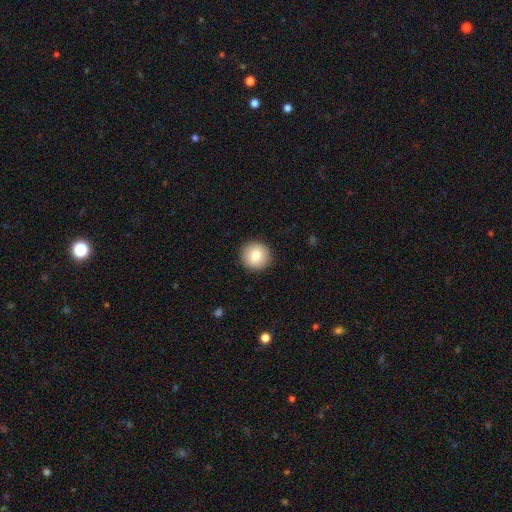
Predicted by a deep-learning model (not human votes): smooth-or-featured: smooth: 82% | featured or disk: 10% | star or artifact: 8%
  how-rounded: round: 95% | in between: 4% | cigar-shaped: 1%
  merging: none: 92% | minor disturbance: 5% | major disturbance: 2% | merger: 1%